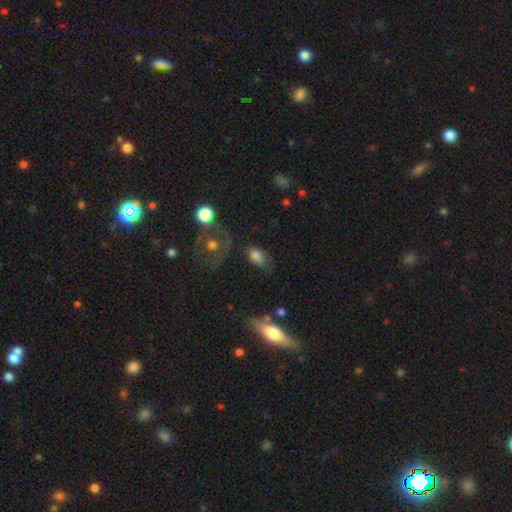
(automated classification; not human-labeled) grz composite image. It shows a smooth galaxy with no disk features (75%) that is in between round and cigar-shaped (86%). Merging: none (57%).